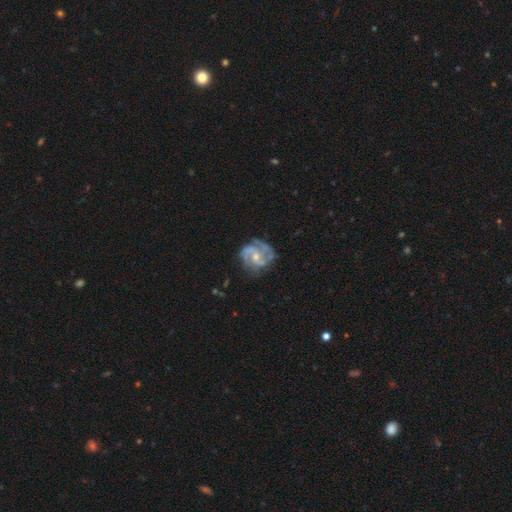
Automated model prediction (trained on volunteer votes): featured or disk 86%, smooth 9%, star or artifact 5%. Down the decision tree: edge-on disk — no (98%); bar — no (59%); spiral arms — yes (95%); spiral arm count — 2 (54%); spiral winding — medium (48%); bulge size — small (48%); merging — none (65%).